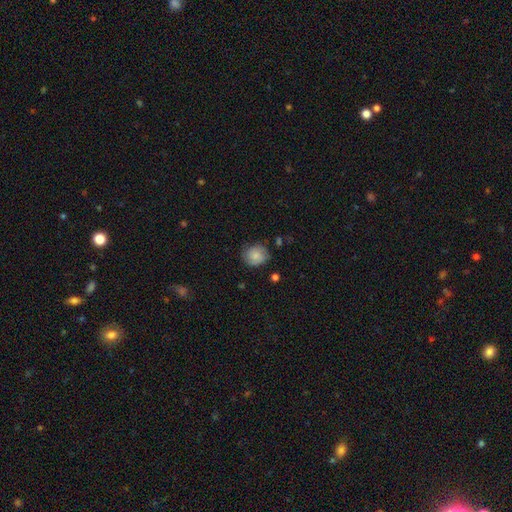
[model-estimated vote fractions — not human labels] This appears to be a smooth galaxy with no disk features (82%) that is round (77%). Merging: none (72%).